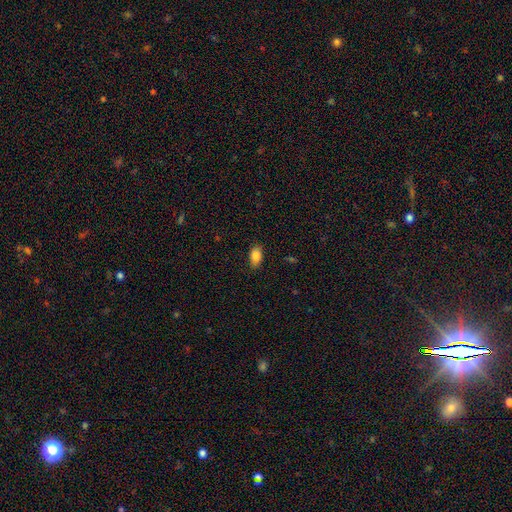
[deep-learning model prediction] smooth 84%, star or artifact 8%, featured or disk 8%. Down the decision tree: how rounded — in between (89%); merging — none (84%).